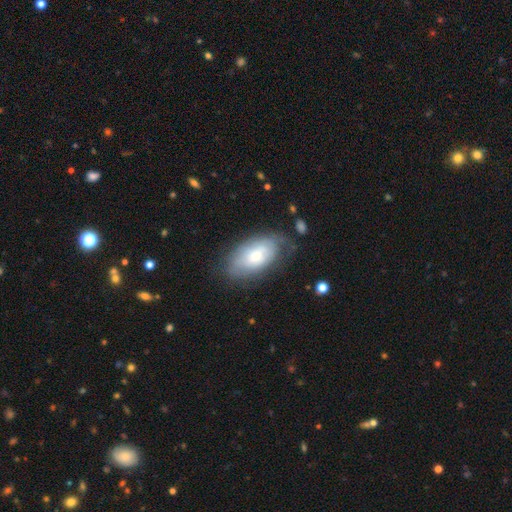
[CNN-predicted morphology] smooth-or-featured: smooth: 53% | featured or disk: 39% | star or artifact: 7%
  how-rounded: in between: 92% | round: 4% | cigar-shaped: 3%
  merging: none: 65% | minor disturbance: 24% | major disturbance: 9% | merger: 2%